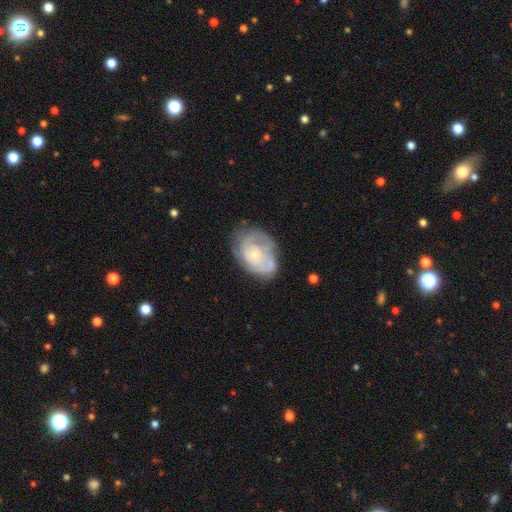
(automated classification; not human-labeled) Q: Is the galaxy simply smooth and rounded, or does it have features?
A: featured or disk — 72%.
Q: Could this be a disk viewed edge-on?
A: no — 97%.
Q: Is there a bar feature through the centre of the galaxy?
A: no — 80%.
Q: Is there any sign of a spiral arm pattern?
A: yes — 78%.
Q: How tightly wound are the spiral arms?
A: tight — 62%.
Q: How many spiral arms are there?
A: can't tell — 44%.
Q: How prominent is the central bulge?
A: small — 69%.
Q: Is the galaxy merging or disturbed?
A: none — 57%.